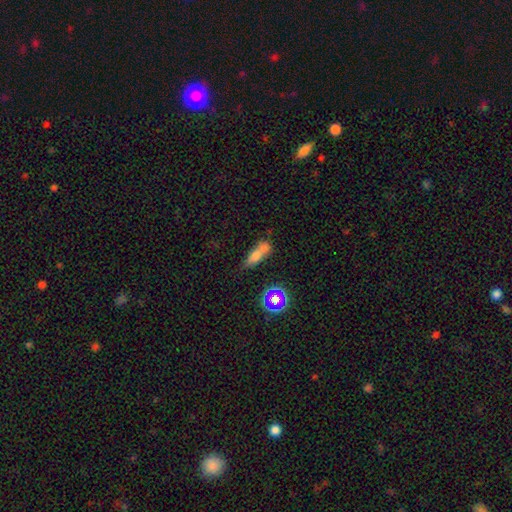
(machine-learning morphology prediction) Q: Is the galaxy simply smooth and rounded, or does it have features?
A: smooth — 62%.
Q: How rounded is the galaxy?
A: in between — 55%.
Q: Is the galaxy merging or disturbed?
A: merger — 45%.